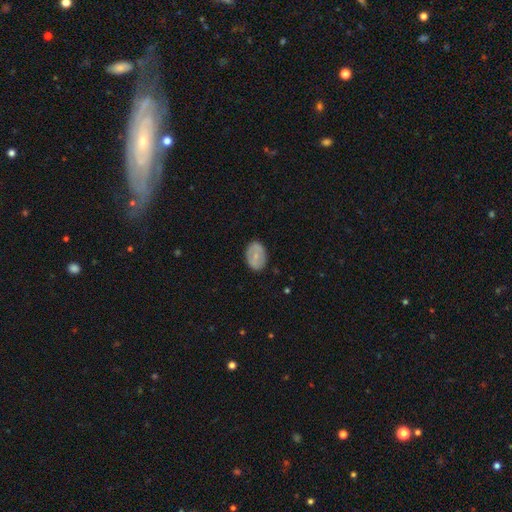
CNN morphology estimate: This appears to be a smooth galaxy with no disk features (59%) that is in between round and cigar-shaped (78%). Merging: none (85%).